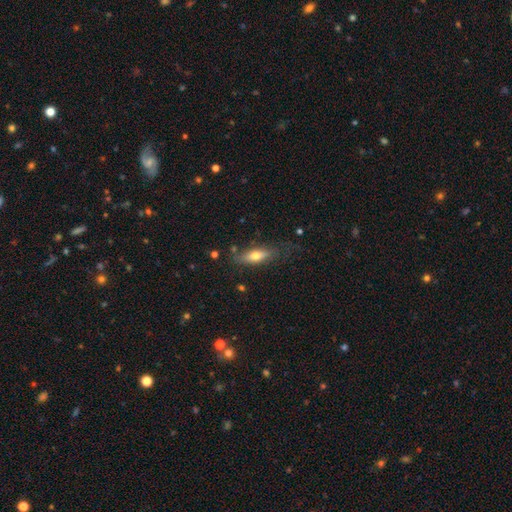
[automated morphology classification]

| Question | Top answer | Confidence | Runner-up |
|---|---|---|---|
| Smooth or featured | smooth | 64% | featured or disk (30%) |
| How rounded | in between | 57% | cigar-shaped (40%) |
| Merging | none | 66% | minor disturbance (22%) |